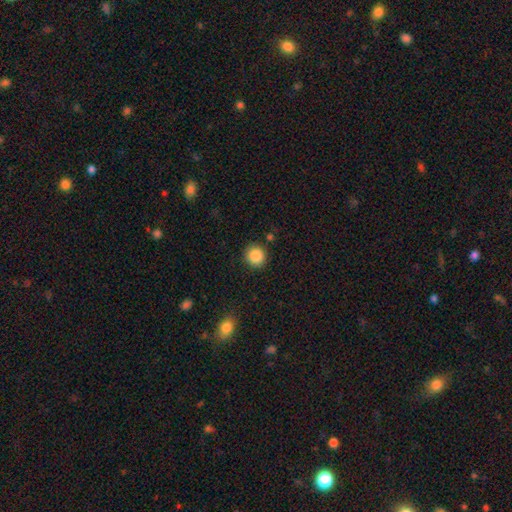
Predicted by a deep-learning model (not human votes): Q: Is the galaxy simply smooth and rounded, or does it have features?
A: smooth — 88%.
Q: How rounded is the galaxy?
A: round — 92%.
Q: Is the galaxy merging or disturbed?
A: none — 88%.